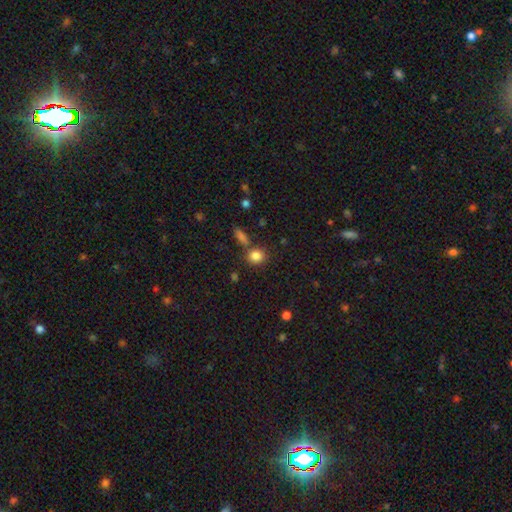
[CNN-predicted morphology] This is clearly a smooth galaxy (84%). How rounded: likely round (72%). Merging: likely none (71%).